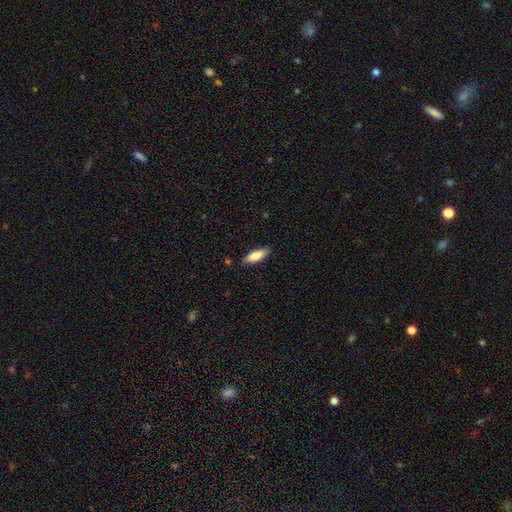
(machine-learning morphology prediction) Smooth or featured?
  - smooth: 75% *
  - featured or disk: 19%
  - star or artifact: 6%
How rounded?
  - in between: 65% *
  - cigar-shaped: 33%
  - round: 2%
Merging?
  - none: 86% *
  - minor disturbance: 11%
  - major disturbance: 2%
  - merger: 1%